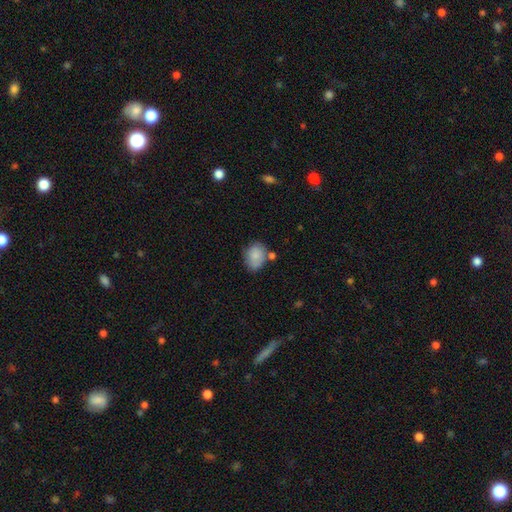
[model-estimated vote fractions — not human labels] Smooth or featured? smooth (82%)
How rounded? in between (65%)
Merging? none (60%)